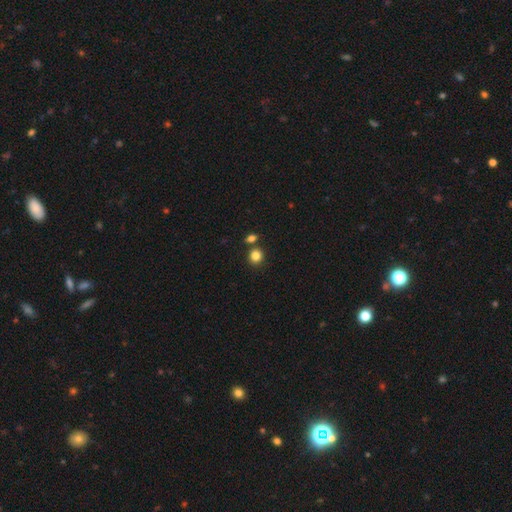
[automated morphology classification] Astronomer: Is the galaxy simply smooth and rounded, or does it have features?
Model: smooth — 84%.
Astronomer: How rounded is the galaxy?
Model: round — 84%.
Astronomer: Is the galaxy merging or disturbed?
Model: none — 74%.